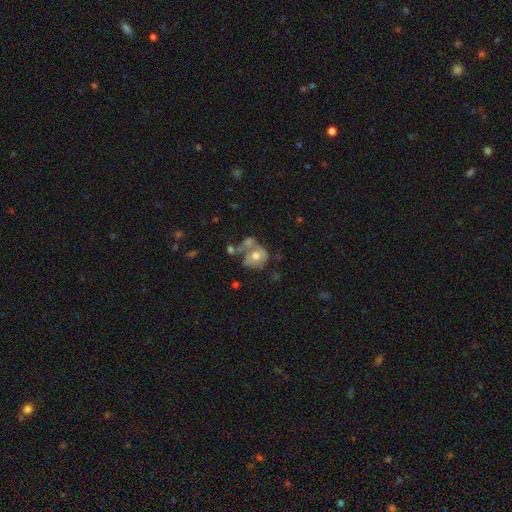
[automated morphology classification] Overall: smooth (47%; featured or disk 45%). Merging: merger (31%; none 27%).